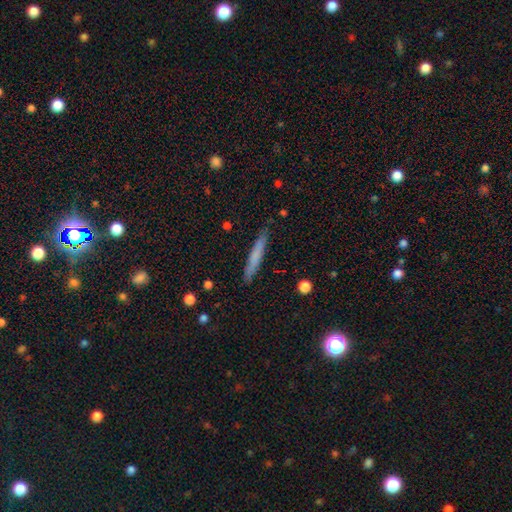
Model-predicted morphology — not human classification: A smooth galaxy with no disk features (64%) that is cigar-shaped (95%). Merging: none (87%).